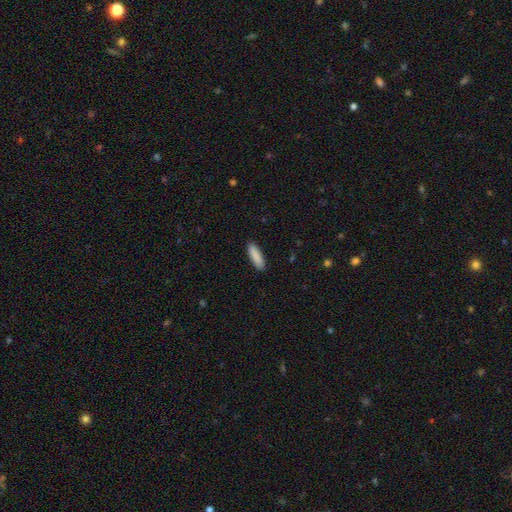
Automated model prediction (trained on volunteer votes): smooth_or_featured: smooth (p=0.89) [alt: star or artifact p=0.06]
how_rounded: cigar-shaped (p=0.55) [alt: in between p=0.44]
merging: none (p=0.90) [alt: minor disturbance p=0.07]